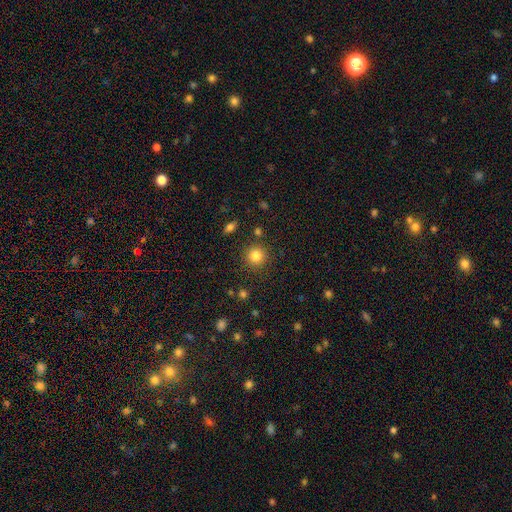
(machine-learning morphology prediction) Smooth or featured? smooth (83%)
How rounded? round (93%)
Merging? none (87%)